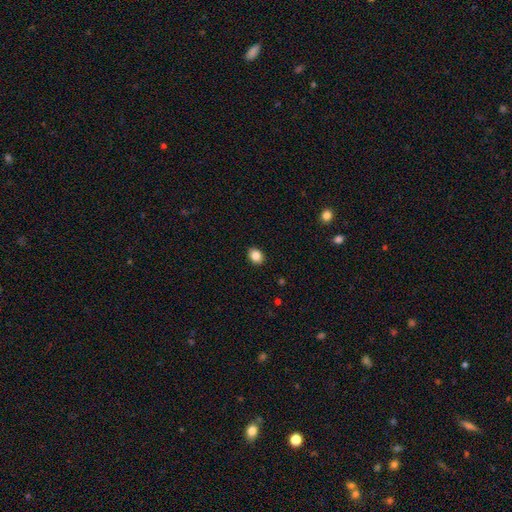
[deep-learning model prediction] The model was most divided on "how rounded": in between: 50%, round: 49%, cigar-shaped: 1%. More confident: merging — none (90%); smooth or featured — smooth (85%).